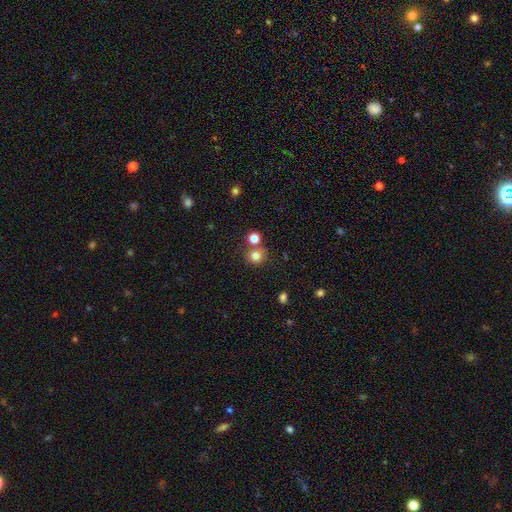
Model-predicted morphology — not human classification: A smooth galaxy with no disk features (80%) that is round (89%). Merging: none (69%).